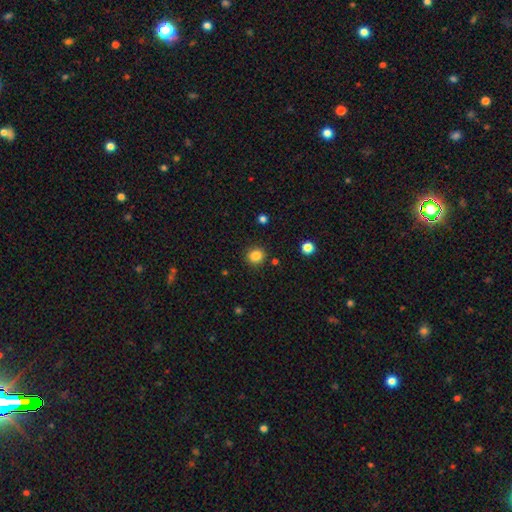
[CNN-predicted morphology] smooth-or-featured: smooth: 84% | star or artifact: 12% | featured or disk: 4%
  how-rounded: round: 91% | in between: 8% | cigar-shaped: 1%
  merging: none: 89% | minor disturbance: 6% | merger: 2% | major disturbance: 2%